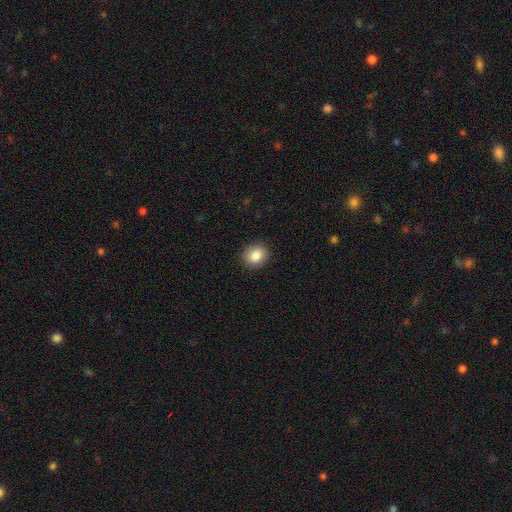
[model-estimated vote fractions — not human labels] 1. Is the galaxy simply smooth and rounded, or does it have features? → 86% smooth, 9% star or artifact, 6% featured or disk.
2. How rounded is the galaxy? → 63% round, 36% in between, 1% cigar-shaped.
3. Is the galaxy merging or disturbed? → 91% none, 7% minor disturbance, 2% major disturbance, 1% merger.